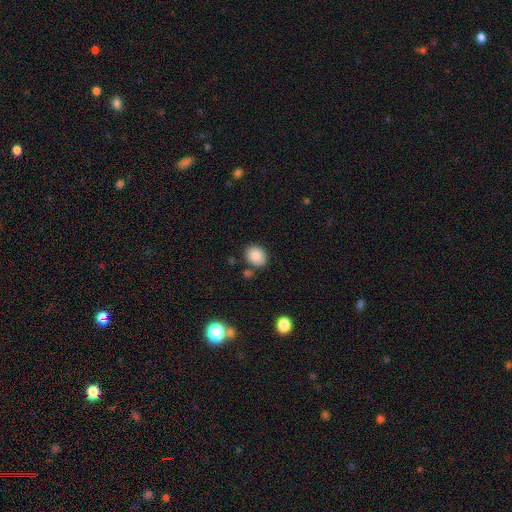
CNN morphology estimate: type=smooth (86%); roundness=round (56%); merging=none (77%).